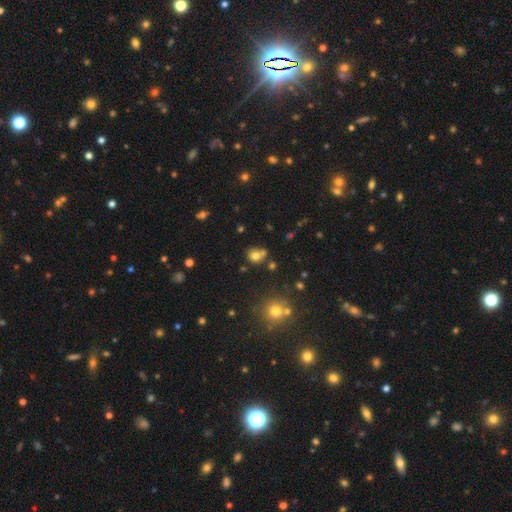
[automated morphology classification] Smooth or featured? Predicted: smooth (p=0.75). How rounded? Predicted: round (p=0.80). Merging? Predicted: none (p=0.61).